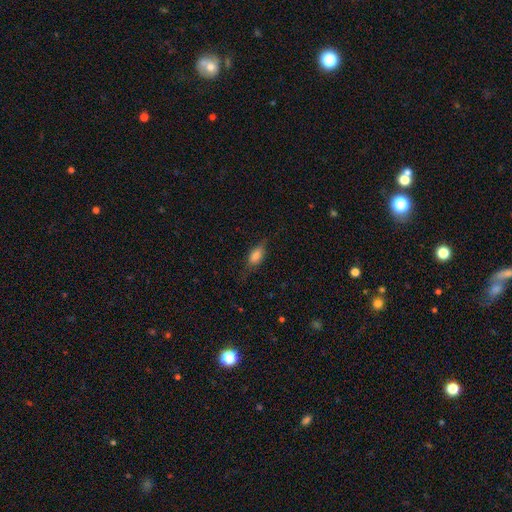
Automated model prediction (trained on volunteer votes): smooth-or-featured: smooth: 74% | featured or disk: 17% | star or artifact: 8%
  how-rounded: in between: 83% | cigar-shaped: 12% | round: 5%
  merging: none: 62% | minor disturbance: 26% | major disturbance: 10% | merger: 1%